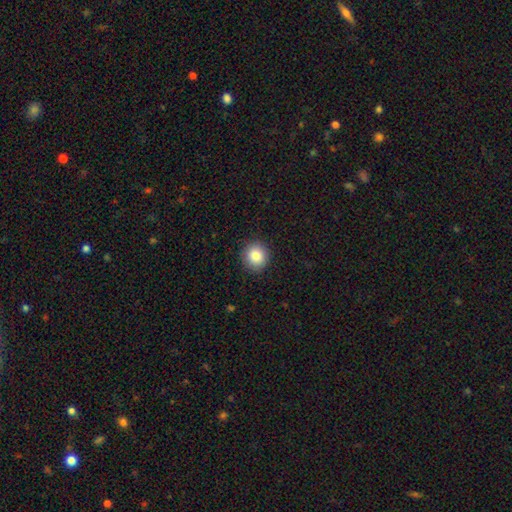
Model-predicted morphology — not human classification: smooth-or-featured: smooth: 86% | star or artifact: 9% | featured or disk: 6%
  how-rounded: round: 90% | in between: 9% | cigar-shaped: 1%
  merging: none: 90% | minor disturbance: 7% | major disturbance: 2% | merger: 1%